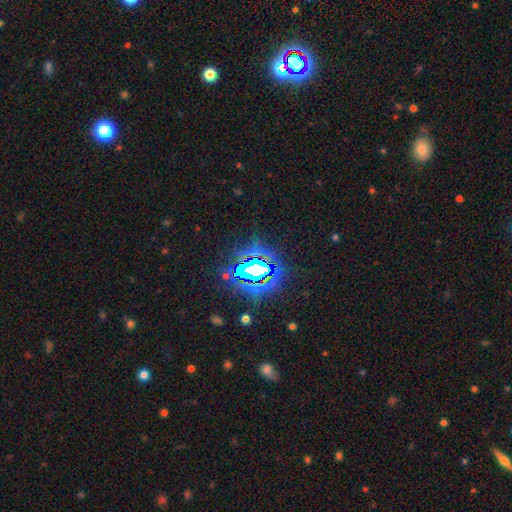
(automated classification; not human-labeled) smooth_or_featured: star or artifact (p=0.84) [alt: smooth p=0.09]